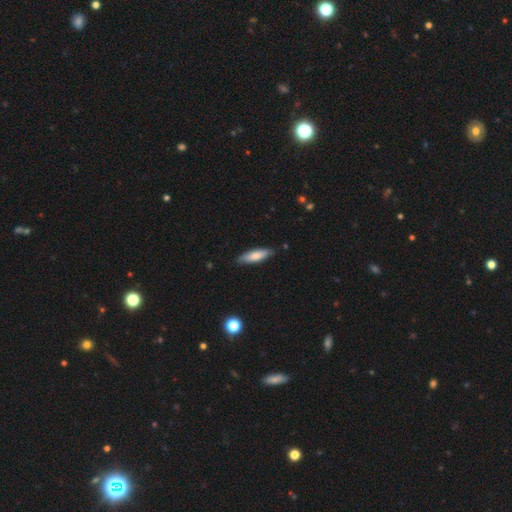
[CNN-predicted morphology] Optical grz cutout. It shows a smooth galaxy with no disk features (73%) that is cigar-shaped (58%). Merging: none (84%).